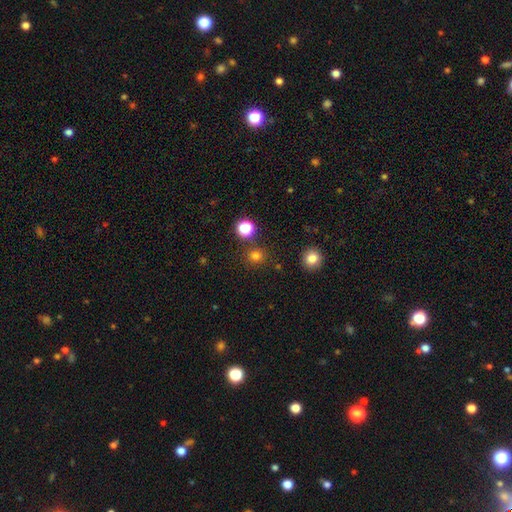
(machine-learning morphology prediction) Smooth or featured?
  - smooth: 76% *
  - star or artifact: 19%
  - featured or disk: 5%
How rounded?
  - round: 90% *
  - in between: 9%
  - cigar-shaped: 1%
Merging?
  - none: 84% *
  - minor disturbance: 7%
  - merger: 6%
  - major disturbance: 3%